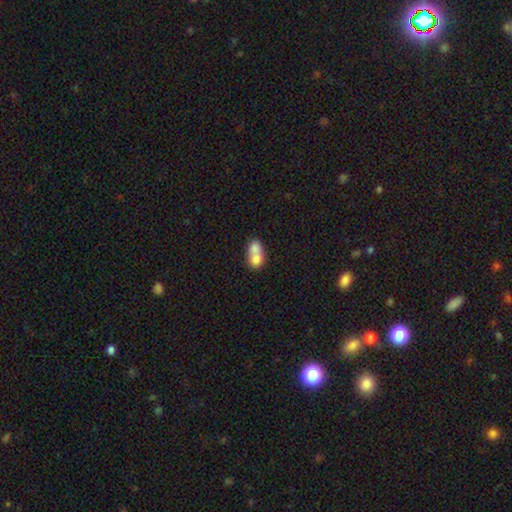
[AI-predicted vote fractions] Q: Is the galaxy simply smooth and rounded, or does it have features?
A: smooth — 72%.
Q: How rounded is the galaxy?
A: in between — 56%.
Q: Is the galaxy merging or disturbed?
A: merger — 72%.